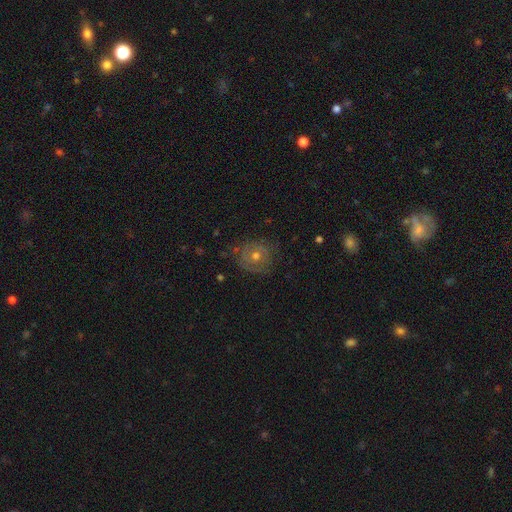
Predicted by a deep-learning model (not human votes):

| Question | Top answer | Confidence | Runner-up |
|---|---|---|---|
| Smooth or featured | featured or disk | 52% | smooth (34%) |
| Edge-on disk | no | 96% | yes (4%) |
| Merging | none | 74% | minor disturbance (17%) |